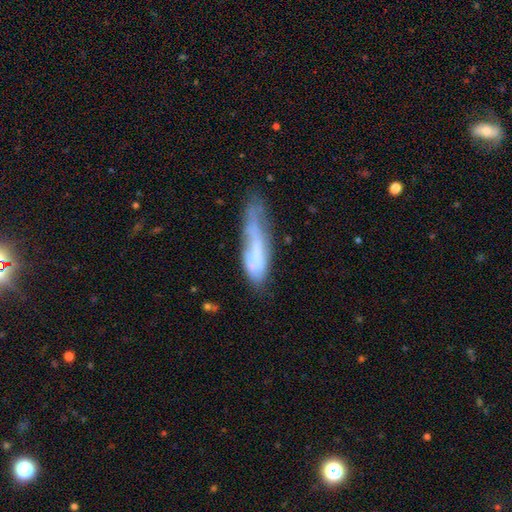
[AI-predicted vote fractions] smooth 50%, featured or disk 42%, star or artifact 8%. Down the decision tree: merging — none (35%).